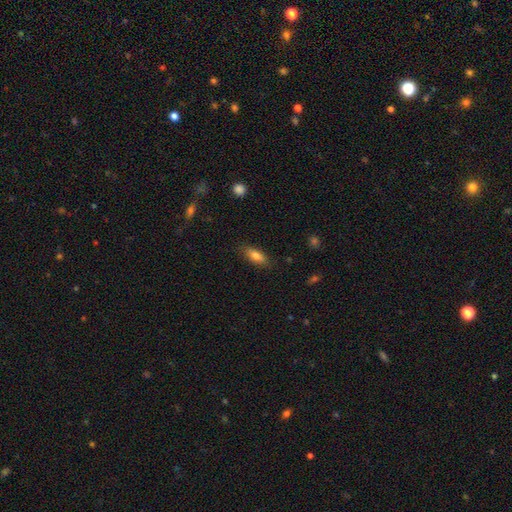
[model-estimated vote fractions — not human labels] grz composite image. It shows a smooth galaxy with no disk features (79%) that is in between round and cigar-shaped (72%). Merging: none (84%).